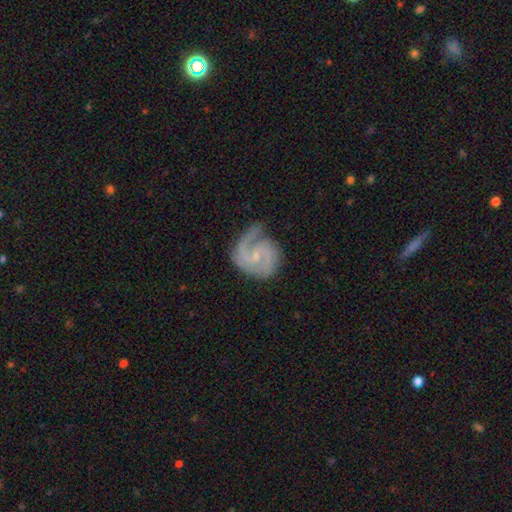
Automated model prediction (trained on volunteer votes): smooth_or_featured: featured or disk (p=0.90) [alt: smooth p=0.05]
disk_edge_on: no (p=0.98) [alt: yes p=0.02]
bar: no (p=0.54) [alt: weak p=0.37]
has_spiral_arms: yes (p=0.98) [alt: no p=0.02]
spiral_winding: medium (p=0.50) [alt: tight p=0.40]
spiral_arm_count: 2 (p=0.73) [alt: 3 p=0.13]
bulge_size: small (p=0.75) [alt: moderate p=0.16]
merging: none (p=0.67) [alt: minor disturbance p=0.22]